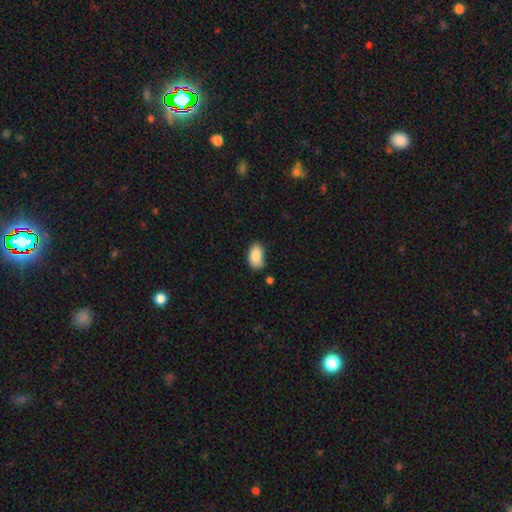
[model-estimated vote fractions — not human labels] This appears to be a smooth galaxy with no disk features (86%) that is in between round and cigar-shaped (92%). Merging: none (70%).